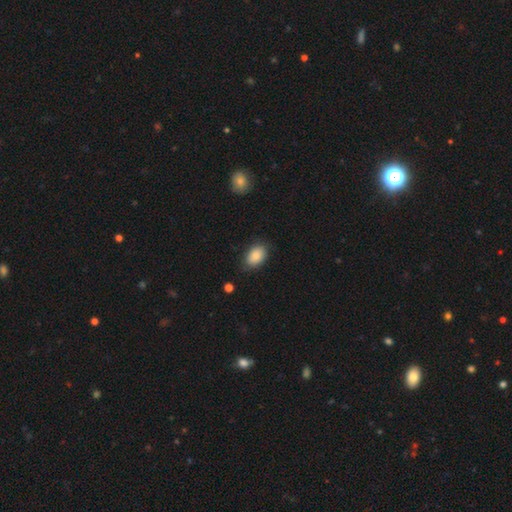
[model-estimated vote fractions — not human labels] Morphology: type=smooth (86%); roundness=in between (87%); merging=none (80%).